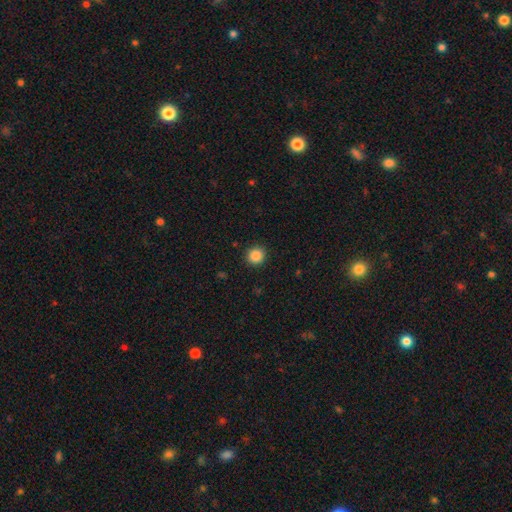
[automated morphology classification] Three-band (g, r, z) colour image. It shows a smooth galaxy with no disk features (87%) that is round (93%). Merging: none (92%).